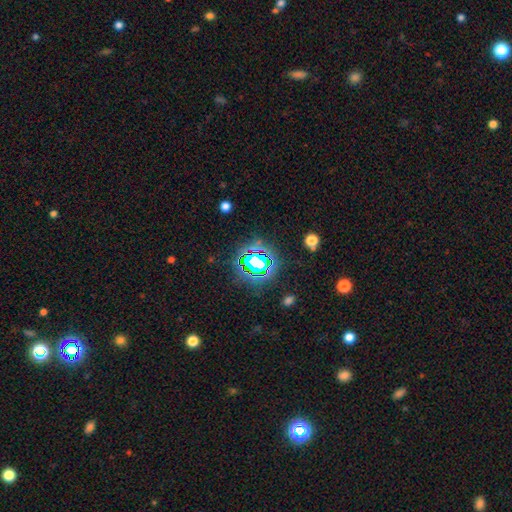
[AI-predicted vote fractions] This is likely a star or artifact rather than a galaxy (75%).